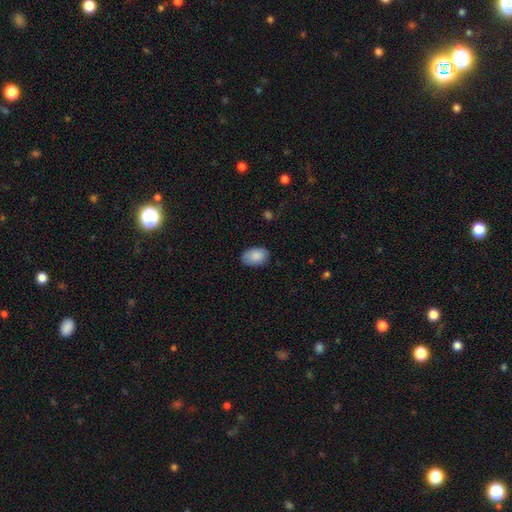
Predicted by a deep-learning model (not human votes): A smooth galaxy with no disk features (87%) that is in between round and cigar-shaped (89%).

Vote fractions:
- Smooth or featured? smooth: 87% / star or artifact: 6% / featured or disk: 6%
- How rounded? in between: 89% / round: 10% / cigar-shaped: 1%
- Merging? none: 78% / minor disturbance: 18% / major disturbance: 3% / merger: 1%